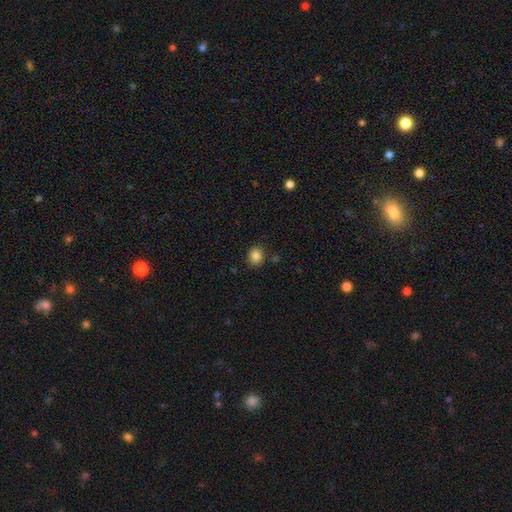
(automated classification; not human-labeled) Overall: smooth (85%). How rounded: round (71%). Merging: none (84%).